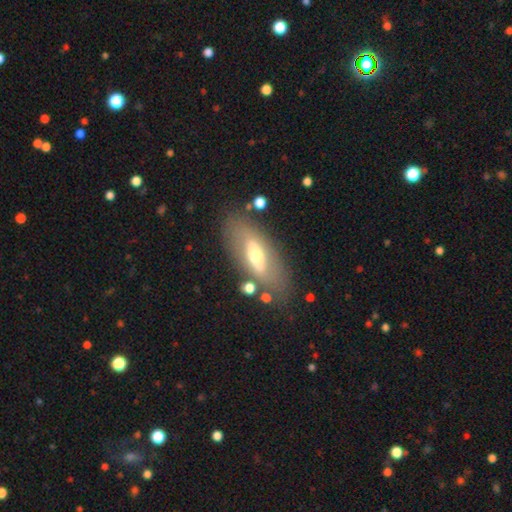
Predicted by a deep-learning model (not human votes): Morphology: type=featured or disk (49%); merging=none (76%).